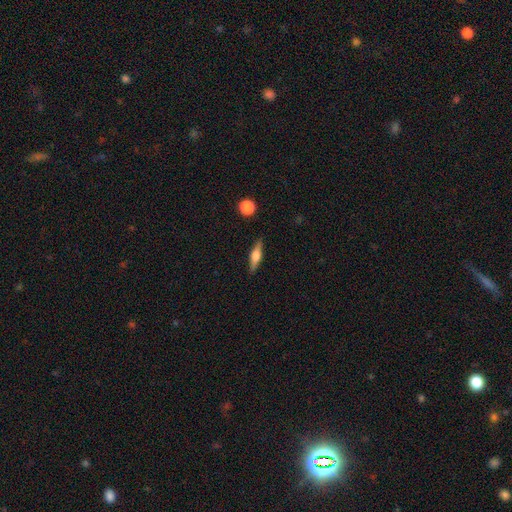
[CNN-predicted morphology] Smooth or featured: featured or disk — 59% (smooth — 34%)
Edge-on disk: yes — 96% (no — 4%)
Edge-on bulge: rounded — 87% (boxy — 10%)
Merging: none — 88% (minor disturbance — 9%)